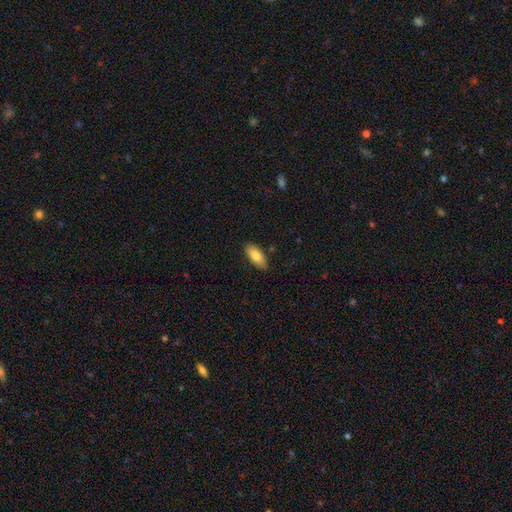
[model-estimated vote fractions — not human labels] smooth 81%, featured or disk 13%, star or artifact 6%. Down the decision tree: how rounded — in between (86%); merging — none (86%).